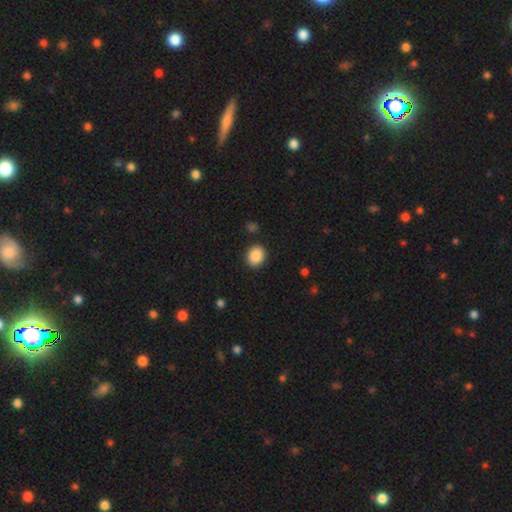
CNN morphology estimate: The model was most divided on "how rounded": round: 69%, in between: 30%, cigar-shaped: 1%. More confident: merging — none (89%); smooth or featured — smooth (88%).